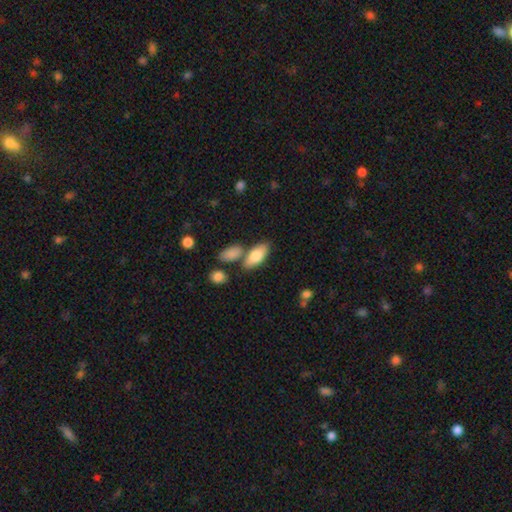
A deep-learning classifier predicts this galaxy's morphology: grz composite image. It shows a smooth galaxy with no disk features (81%) that is in between round and cigar-shaped (84%). Merging: none (64%).